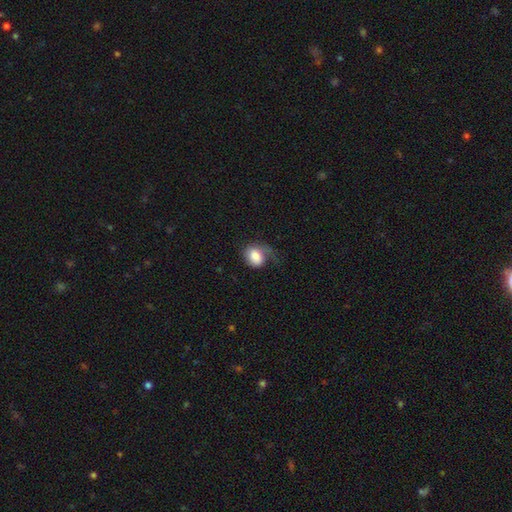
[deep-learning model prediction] This is likely a smooth galaxy (74%). How rounded: possibly in between (56%). Merging: marginally major disturbance (36%).